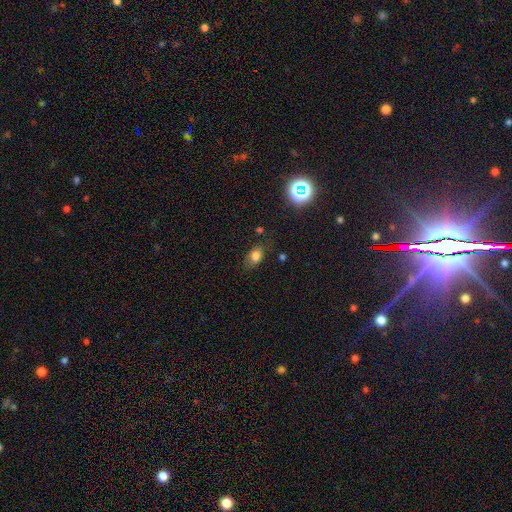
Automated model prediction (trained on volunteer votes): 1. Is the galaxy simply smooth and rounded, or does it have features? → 76% smooth, 14% star or artifact, 11% featured or disk.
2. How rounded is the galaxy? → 78% in between, 19% round, 2% cigar-shaped.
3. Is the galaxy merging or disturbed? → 70% none, 21% minor disturbance, 7% major disturbance, 3% merger.